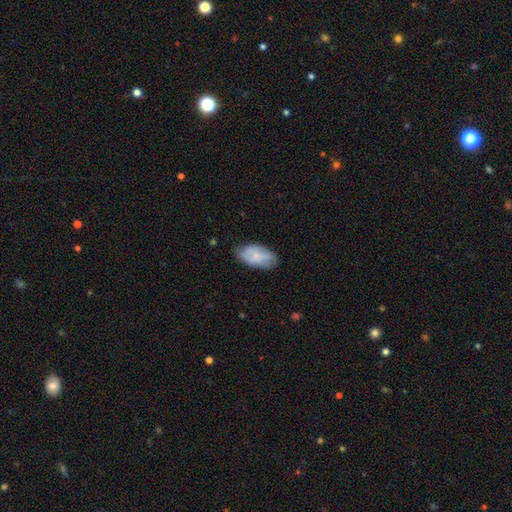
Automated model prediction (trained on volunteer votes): Smooth or featured: smooth — 66% (featured or disk — 27%)
How rounded: in between — 94% (round — 4%)
Merging: none — 69% (minor disturbance — 24%)